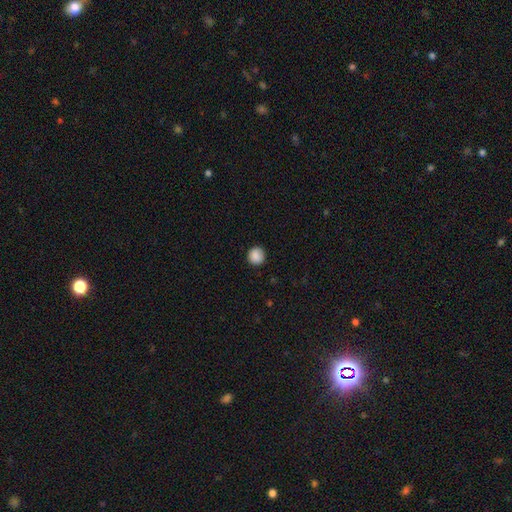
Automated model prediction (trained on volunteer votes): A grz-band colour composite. It shows a smooth galaxy with no disk features (88%) that is round (92%). Merging: none (88%).